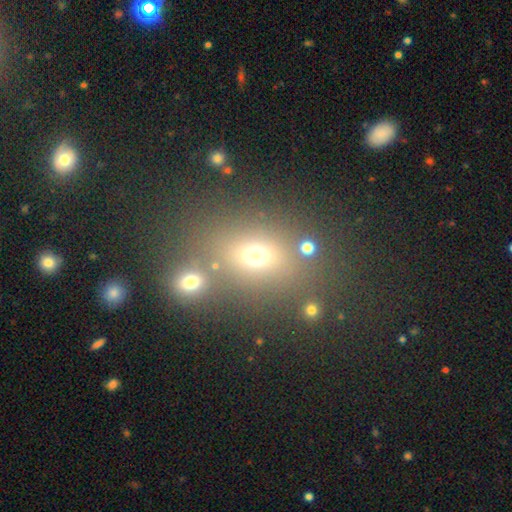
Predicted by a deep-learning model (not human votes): smooth_or_featured: smooth (p=0.62) [alt: star or artifact p=0.23]
how_rounded: in between (p=0.59) [alt: round p=0.38]
merging: none (p=0.64) [alt: merger p=0.18]